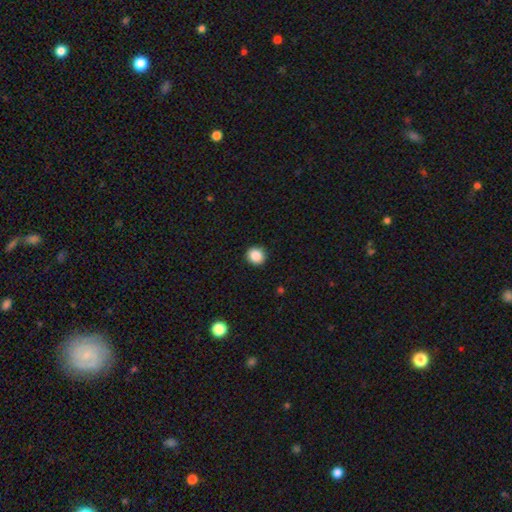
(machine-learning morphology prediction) Smooth or featured? Predicted: smooth (p=0.87). How rounded? Predicted: round (p=0.87). Merging? Predicted: none (p=0.92).